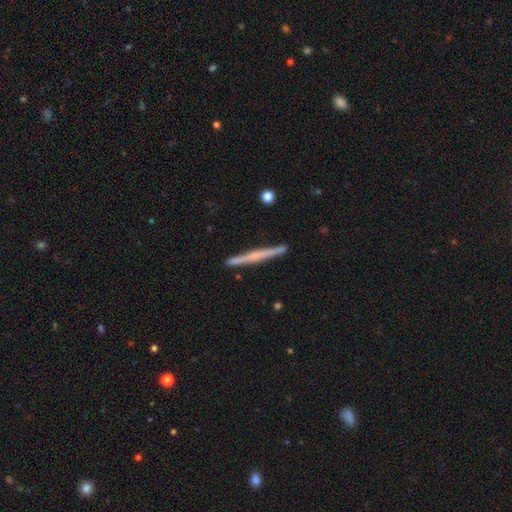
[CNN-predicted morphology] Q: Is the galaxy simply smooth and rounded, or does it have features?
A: featured or disk — 56%.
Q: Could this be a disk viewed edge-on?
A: yes — 98%.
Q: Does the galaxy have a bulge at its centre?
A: none — 65%.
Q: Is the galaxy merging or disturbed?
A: none — 91%.